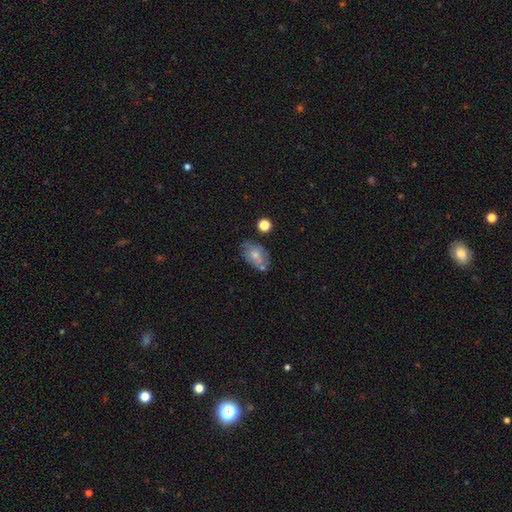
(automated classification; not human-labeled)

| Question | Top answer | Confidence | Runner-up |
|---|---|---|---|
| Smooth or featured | smooth | 62% | featured or disk (30%) |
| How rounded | in between | 86% | round (13%) |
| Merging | none | 54% | minor disturbance (25%) |